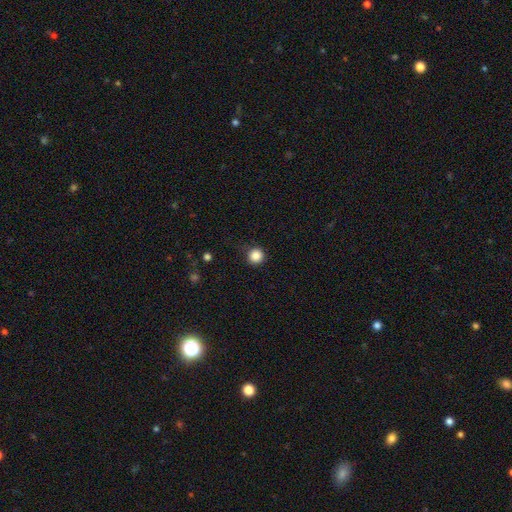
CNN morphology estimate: This appears to be a smooth galaxy with no disk features (86%) that is round (95%). Merging: none (87%).